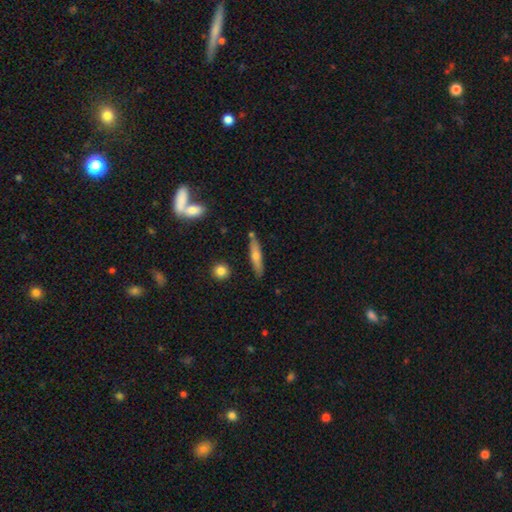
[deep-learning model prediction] Smooth or featured: smooth — 55% (featured or disk — 38%)
How rounded: cigar-shaped — 86% (in between — 12%)
Merging: none — 82% (minor disturbance — 11%)